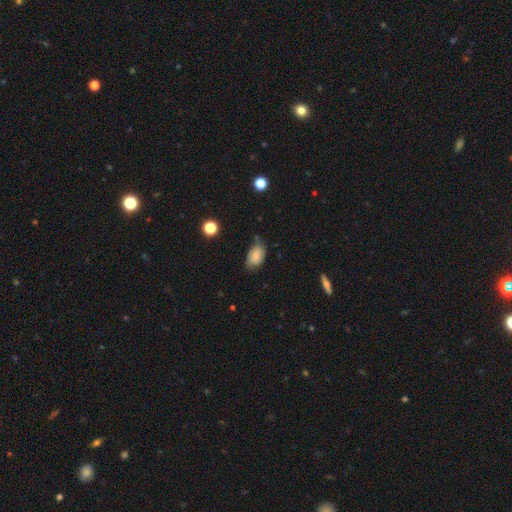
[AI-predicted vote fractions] Morphology: type=smooth (79%); roundness=in between (91%); merging=none (58%).